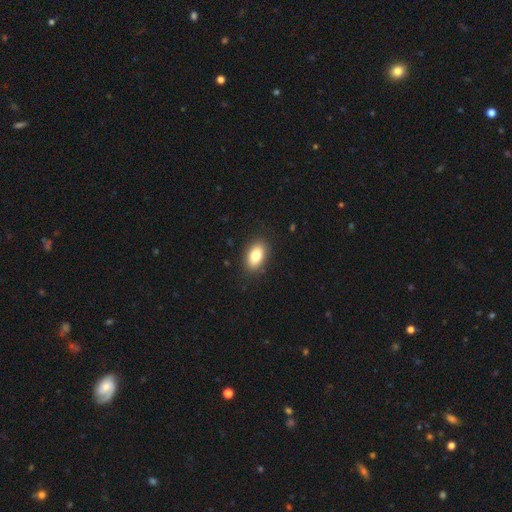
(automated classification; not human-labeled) This appears to be a smooth galaxy with no disk features (83%) that is in between round and cigar-shaped (90%). Merging: none (88%).